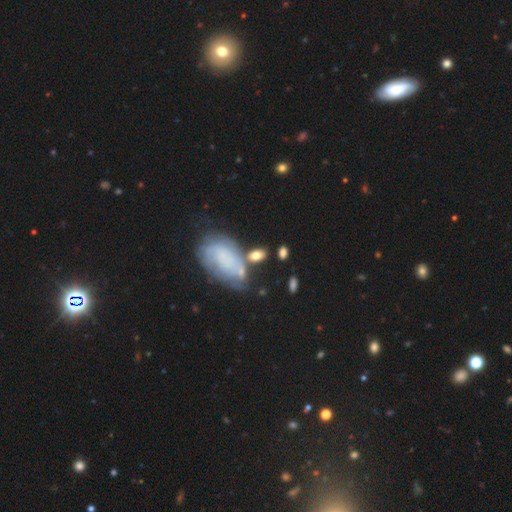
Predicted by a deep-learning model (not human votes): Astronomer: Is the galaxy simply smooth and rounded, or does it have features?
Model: smooth — 50% (runner-up: featured or disk, 39%).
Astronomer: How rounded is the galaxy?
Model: in between — 82%.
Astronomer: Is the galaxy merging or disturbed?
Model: none — 47% (runner-up: minor disturbance, 23%).